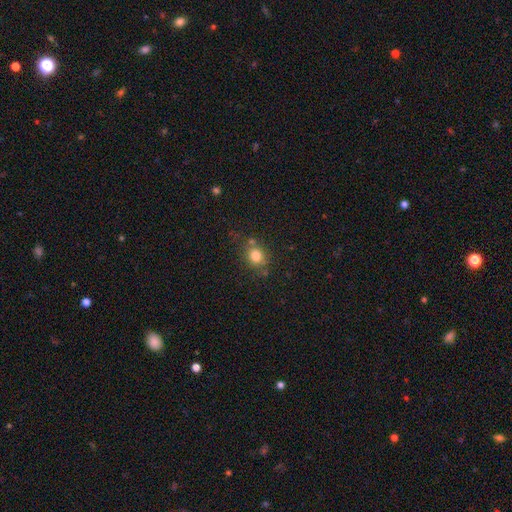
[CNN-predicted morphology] This is likely a smooth galaxy (79%). How rounded: likely round (77%). Merging: likely none (68%).